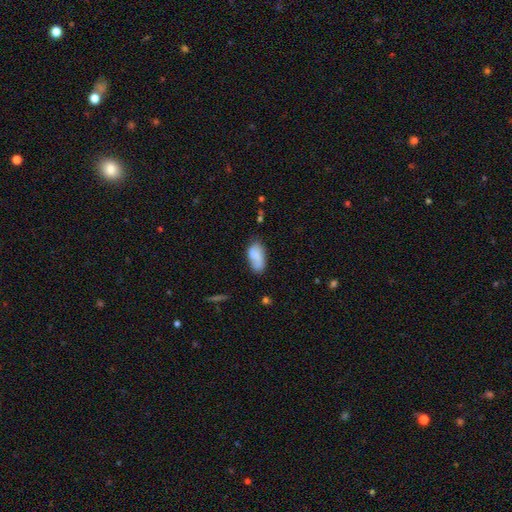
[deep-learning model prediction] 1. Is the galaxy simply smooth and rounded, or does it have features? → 78% smooth, 14% featured or disk, 7% star or artifact.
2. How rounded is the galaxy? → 92% in between, 4% cigar-shaped, 4% round.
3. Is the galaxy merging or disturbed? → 55% none, 29% minor disturbance, 10% major disturbance, 6% merger.